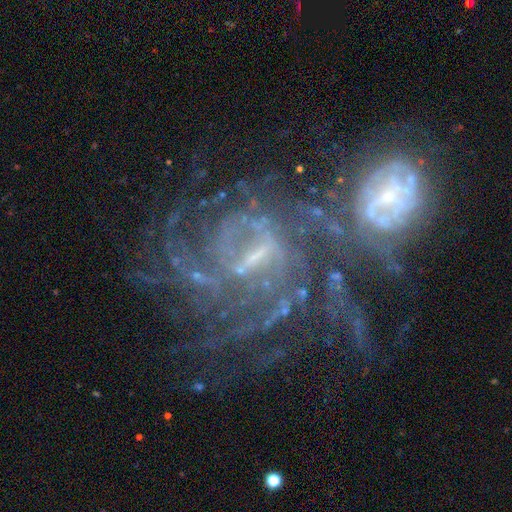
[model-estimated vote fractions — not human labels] featured or disk 81%, star or artifact 12%, smooth 7%. Down the decision tree: edge-on disk — no (97%); bar — weak (43%); spiral arms — yes (86%); spiral arm count — can't tell (44%); spiral winding — tight (54%); bulge size — small (49%); merging — merger (33%).